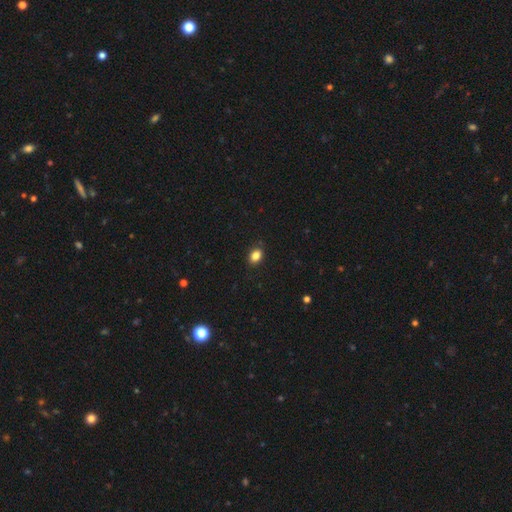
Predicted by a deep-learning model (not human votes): Morphology: type=smooth (85%); roundness=in between (73%); merging=none (88%).